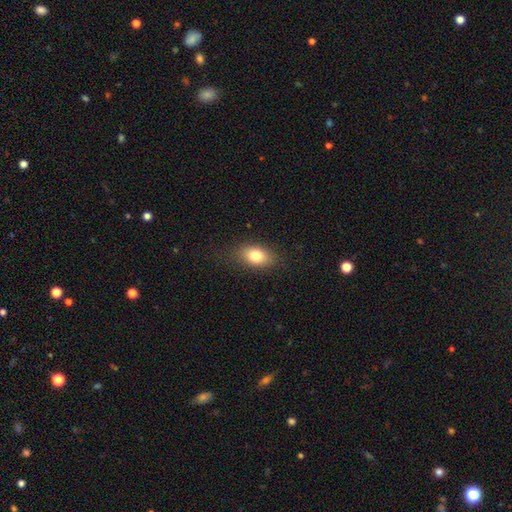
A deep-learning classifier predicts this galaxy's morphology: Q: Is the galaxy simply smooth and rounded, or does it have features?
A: smooth — 81%.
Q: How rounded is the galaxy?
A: in between — 84%.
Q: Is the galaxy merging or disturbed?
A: none — 82%.